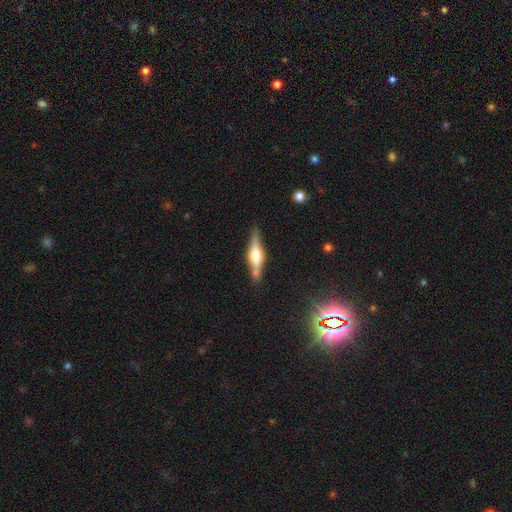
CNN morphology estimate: This is likely a featured or disk galaxy (67%). It is clearly viewed edge-on (96%). Edge-on bulge: clearly rounded (87%). Merging: likely none (79%).